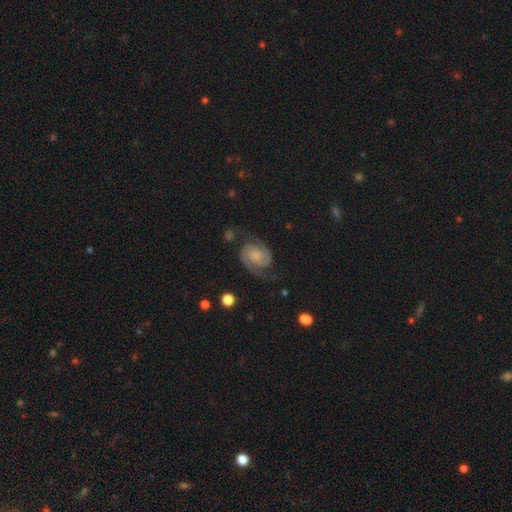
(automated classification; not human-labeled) Smooth or featured? featured or disk (90%)
Edge-on disk? no (98%)
Bar? no (68%)
Spiral arms? yes (98%)
Spiral winding? medium (45%)
Spiral arm count? 2 (94%)
Bulge size? moderate (35%)
Merging? none (78%)